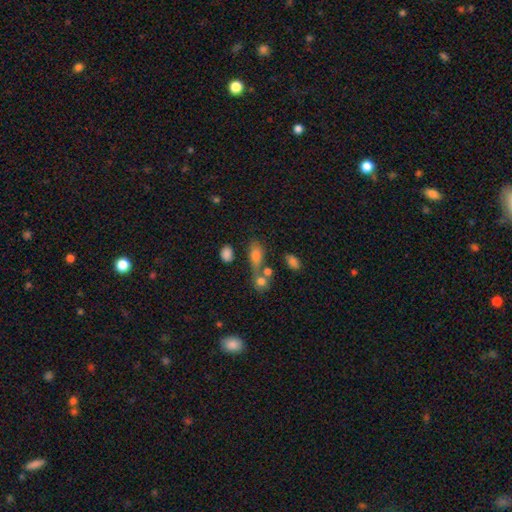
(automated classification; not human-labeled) A smooth galaxy with no disk features (74%) that is in between round and cigar-shaped (79%). Merging: none (46%).